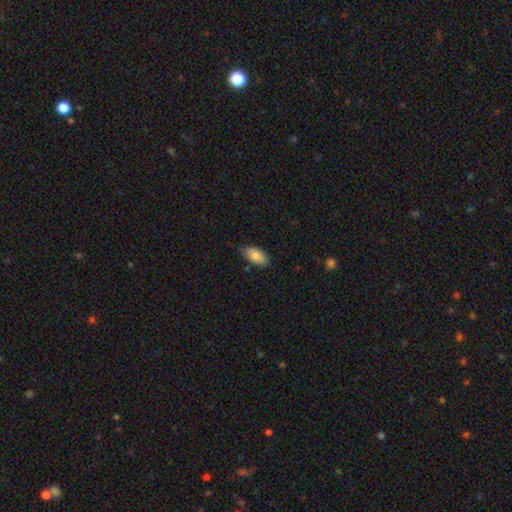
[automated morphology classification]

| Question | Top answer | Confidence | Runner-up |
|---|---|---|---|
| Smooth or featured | smooth | 83% | featured or disk (10%) |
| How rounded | in between | 93% | cigar-shaped (4%) |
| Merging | none | 72% | minor disturbance (23%) |